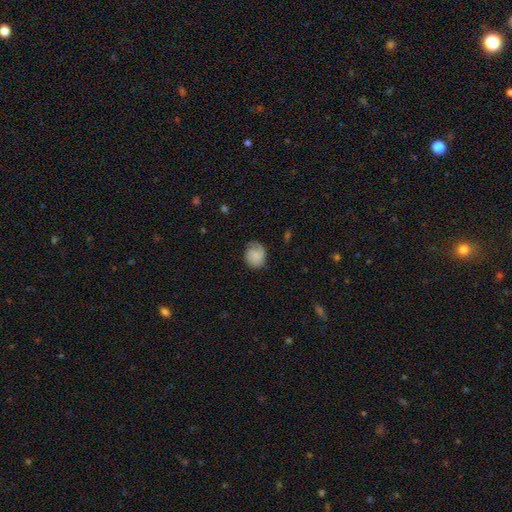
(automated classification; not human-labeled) Smooth or featured? Predicted: smooth (p=0.66). How rounded? Predicted: round (p=0.65). Merging? Predicted: none (p=0.59).